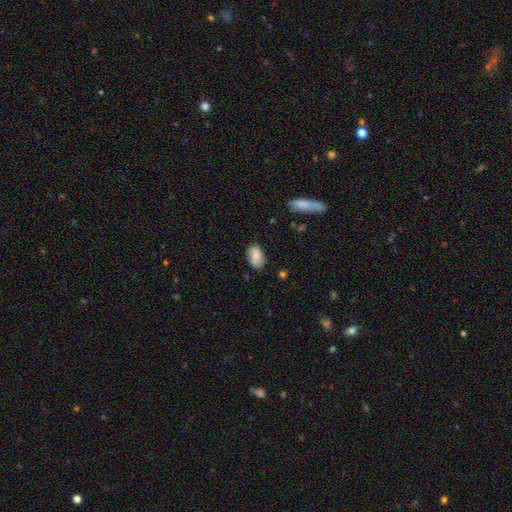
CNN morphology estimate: A smooth galaxy with no disk features (74%) that is in between round and cigar-shaped (90%).

Vote fractions:
- Smooth or featured? smooth: 74% / featured or disk: 19% / star or artifact: 7%
- How rounded? in between: 90% / round: 8% / cigar-shaped: 2%
- Merging? none: 78% / minor disturbance: 17% / major disturbance: 3% / merger: 2%